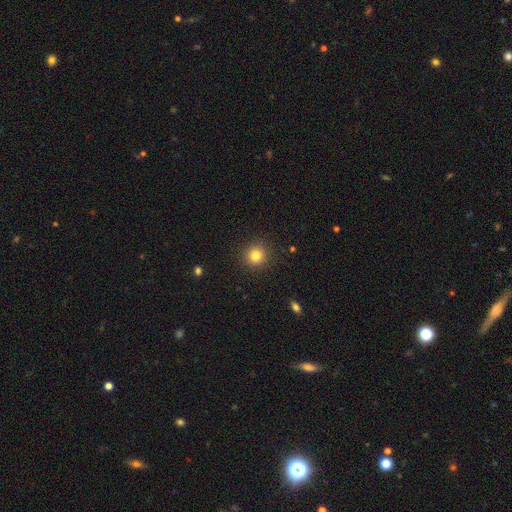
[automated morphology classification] Overall: smooth (81%). How rounded: round (94%). Merging: none (92%).